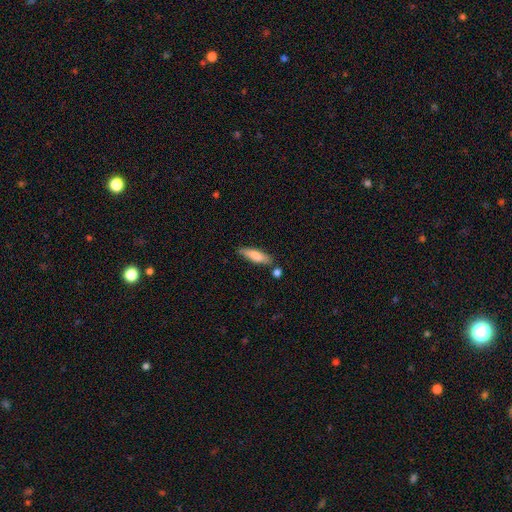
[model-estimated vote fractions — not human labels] This is likely a smooth galaxy (78%). How rounded: likely cigar-shaped (65%). Merging: likely none (72%).